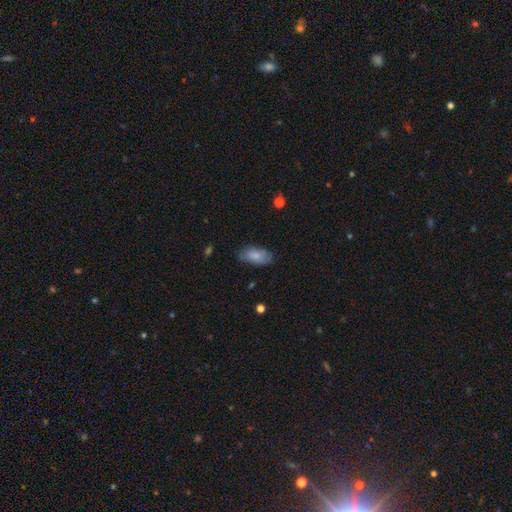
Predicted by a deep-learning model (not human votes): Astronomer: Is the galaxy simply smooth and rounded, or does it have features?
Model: smooth — 79%.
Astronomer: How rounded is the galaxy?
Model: in between — 92%.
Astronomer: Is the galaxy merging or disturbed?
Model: none — 75%.